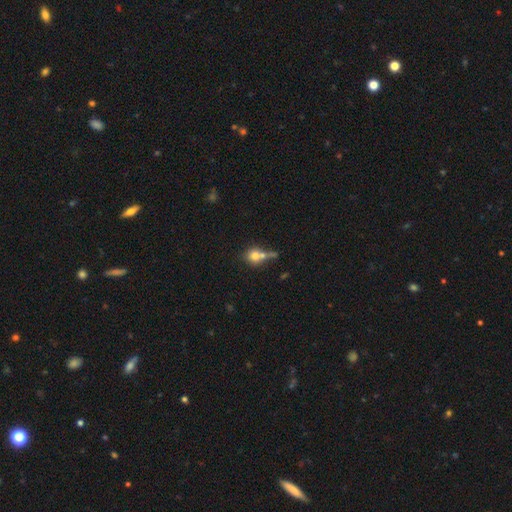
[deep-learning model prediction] Smooth or featured? smooth (72%)
How rounded? round (74%)
Merging? merger (46%)